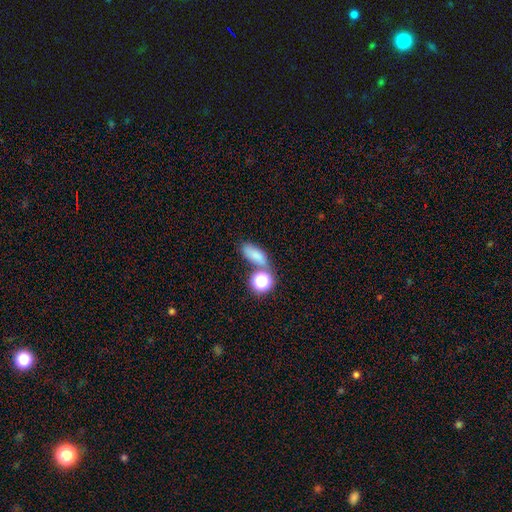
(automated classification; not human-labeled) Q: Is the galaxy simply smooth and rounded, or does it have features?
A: smooth — 78%.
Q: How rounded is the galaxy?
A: in between — 69%.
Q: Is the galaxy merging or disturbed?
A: none — 56%.